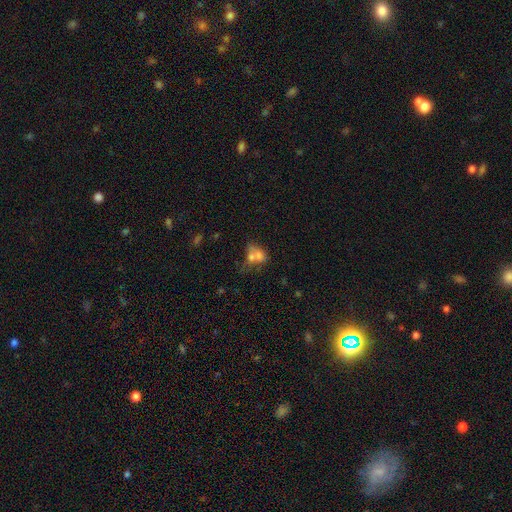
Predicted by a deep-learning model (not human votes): smooth_or_featured: smooth (p=0.64) [alt: featured or disk p=0.24]
how_rounded: in between (p=0.66) [alt: round p=0.31]
merging: merger (p=0.61) [alt: none p=0.20]